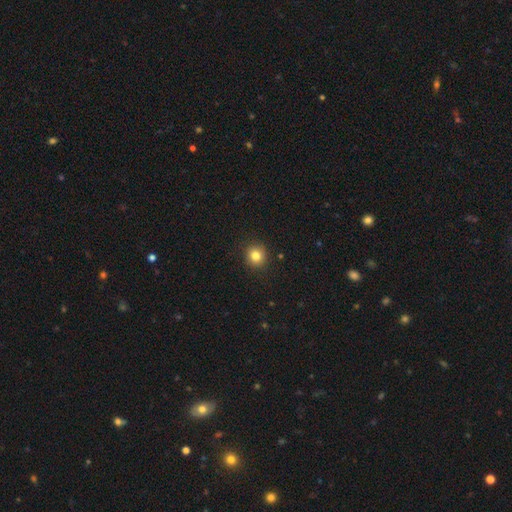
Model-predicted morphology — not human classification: Smooth or featured?
  - smooth: 82% *
  - star or artifact: 12%
  - featured or disk: 6%
How rounded?
  - round: 90% *
  - in between: 9%
  - cigar-shaped: 1%
Merging?
  - none: 90% *
  - minor disturbance: 7%
  - major disturbance: 2%
  - merger: 1%